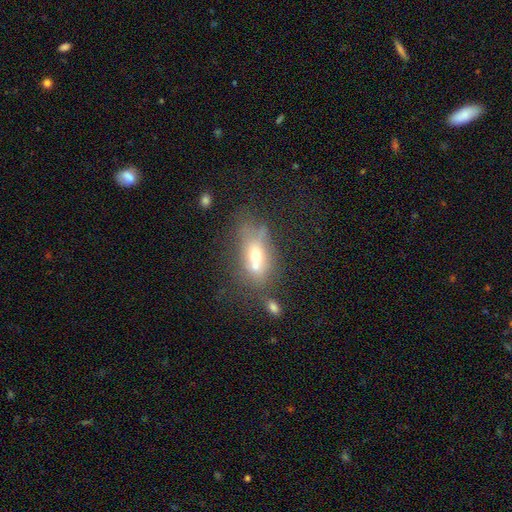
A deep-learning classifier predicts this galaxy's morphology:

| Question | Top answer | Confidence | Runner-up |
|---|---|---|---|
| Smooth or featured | smooth | 43% | featured or disk (42%) |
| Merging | none | 40% | minor disturbance (21%) |